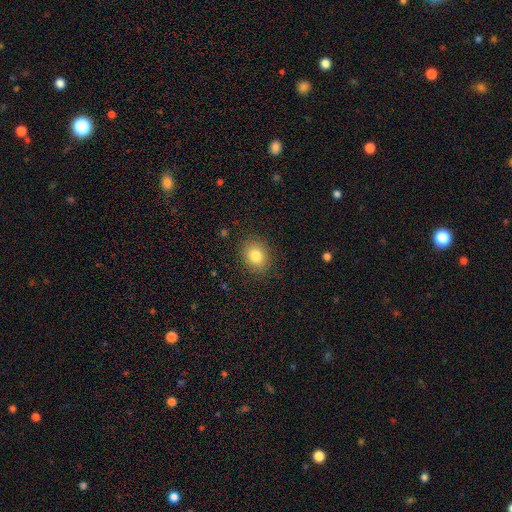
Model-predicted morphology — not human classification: smooth 81%, star or artifact 11%, featured or disk 8%. Down the decision tree: how rounded — round (59%); merging — none (87%).